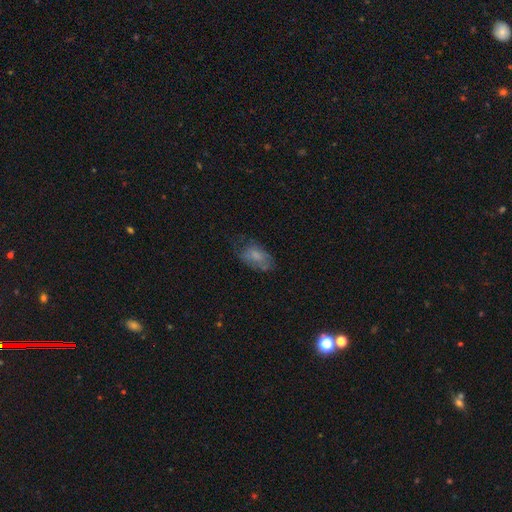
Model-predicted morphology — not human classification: smooth_or_featured: smooth (p=0.64) [alt: featured or disk p=0.27]
how_rounded: in between (p=0.90) [alt: round p=0.07]
merging: none (p=0.48) [alt: minor disturbance p=0.31]